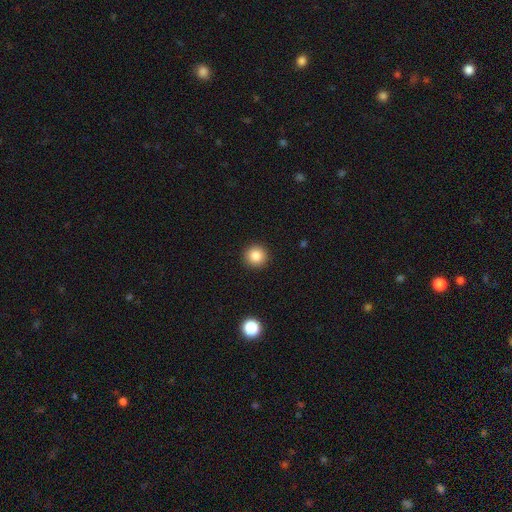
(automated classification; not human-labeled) Q: Smooth or featured?
A: smooth (85%); runner-up: star or artifact (10%)
Q: How rounded?
A: round (95%); runner-up: in between (4%)
Q: Merging?
A: none (93%); runner-up: minor disturbance (4%)